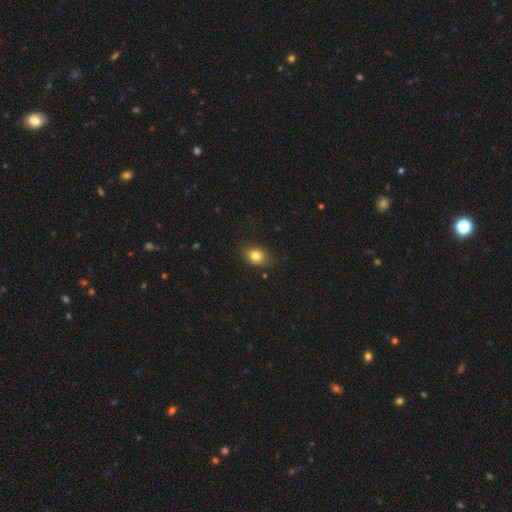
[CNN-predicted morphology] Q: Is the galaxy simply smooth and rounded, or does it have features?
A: smooth — 81%.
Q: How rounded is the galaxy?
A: in between — 62%.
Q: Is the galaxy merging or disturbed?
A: none — 80%.